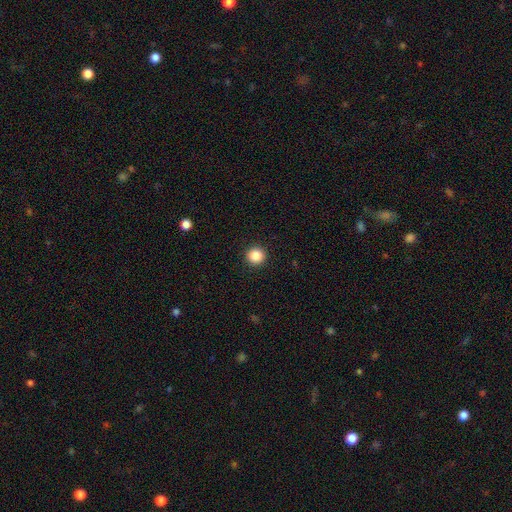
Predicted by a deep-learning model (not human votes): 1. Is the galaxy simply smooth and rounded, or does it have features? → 87% smooth, 10% star or artifact, 3% featured or disk.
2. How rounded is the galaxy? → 95% round, 4% in between, 1% cigar-shaped.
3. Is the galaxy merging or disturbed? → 93% none, 4% minor disturbance, 2% major disturbance, 1% merger.